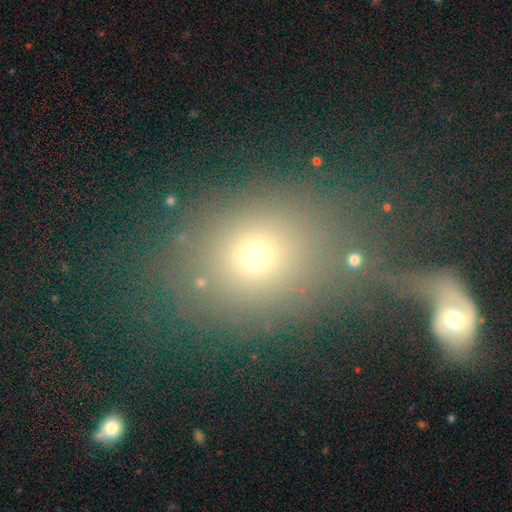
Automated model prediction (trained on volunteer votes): Smooth or featured: smooth — 66% (star or artifact — 19%)
How rounded: round — 52% (in between — 46%)
Merging: none — 53% (merger — 22%)